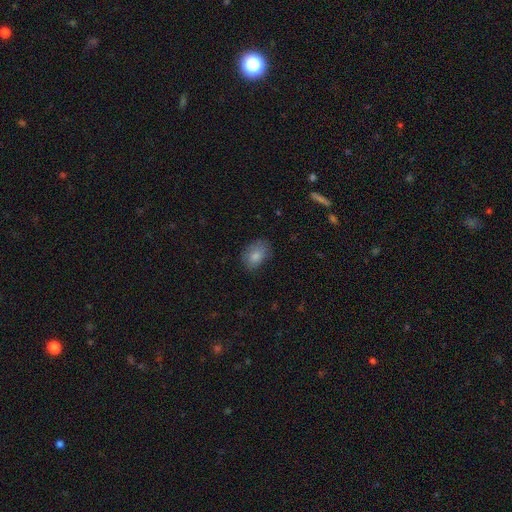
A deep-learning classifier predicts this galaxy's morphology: This appears to be a smooth galaxy with no disk features (83%) that is in between round and cigar-shaped (82%). Merging: none (73%).